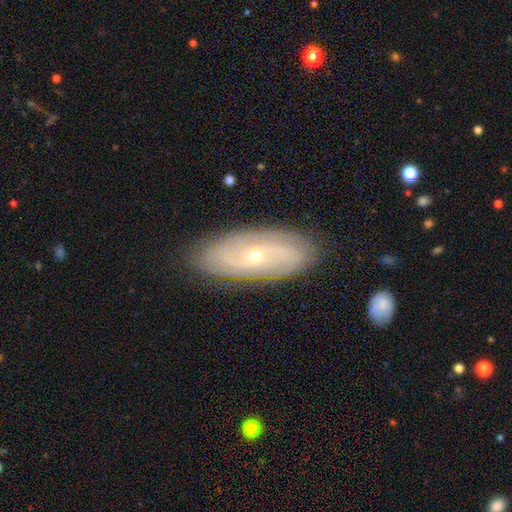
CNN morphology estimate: featured or disk 78%, smooth 15%, star or artifact 6%. Down the decision tree: edge-on disk — no (91%); bar — no (72%); spiral arms — yes (91%); spiral arm count — can't tell (36%); spiral winding — tight (63%); bulge size — small (72%); merging — none (84%).